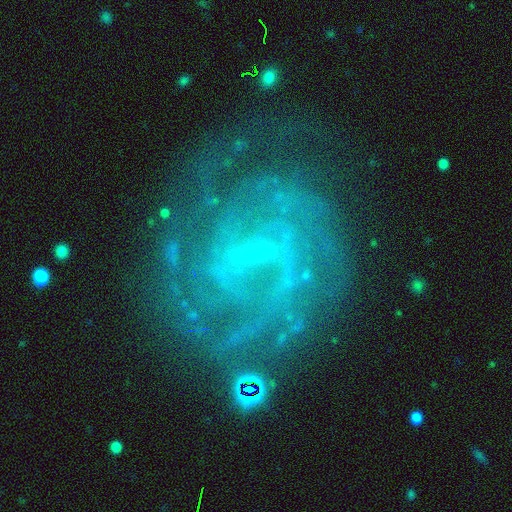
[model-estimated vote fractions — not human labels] Morphology: type=featured or disk (84%); edge-on=no (97%); bar=weak (52%); spiral arms=yes (88%); winding=tight (61%); arm count=can't tell (41%); bulge=small (56%); merging=none (68%).